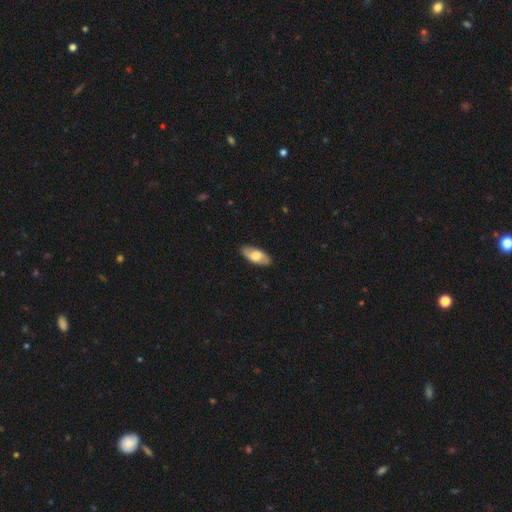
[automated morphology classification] Smooth or featured? smooth (56%)
How rounded? in between (86%)
Merging? none (87%)